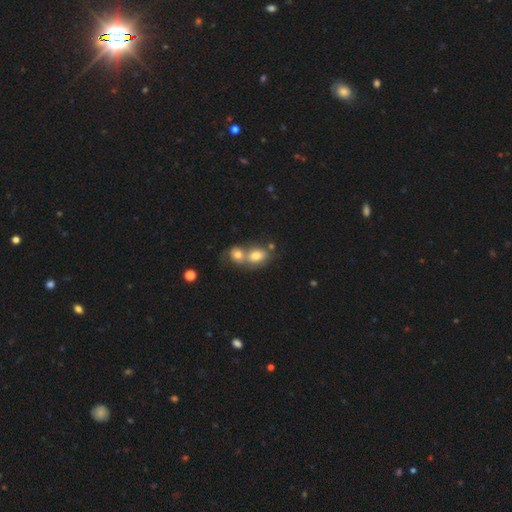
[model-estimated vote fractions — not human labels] This appears to be a smooth galaxy with no disk features (77%) that is in between round and cigar-shaped (66%). Merging: merger (61%).